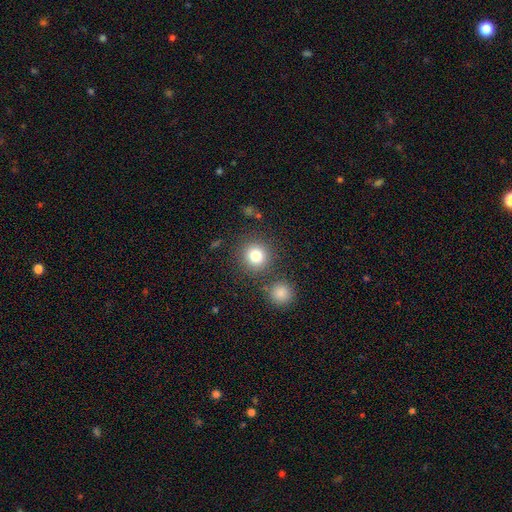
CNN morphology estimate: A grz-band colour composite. It shows a smooth galaxy with no disk features (81%) that is round (92%). Merging: none (82%).